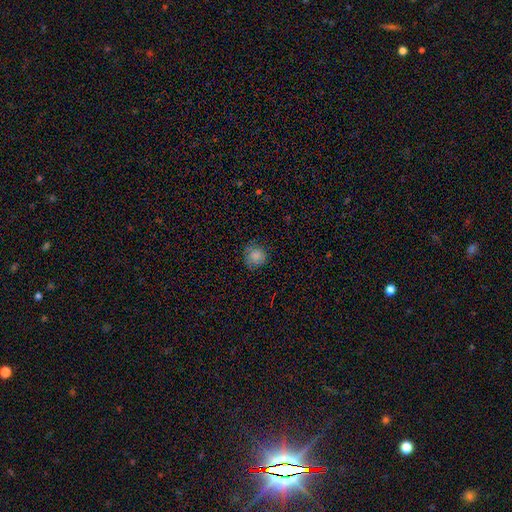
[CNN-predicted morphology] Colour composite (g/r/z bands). It shows a smooth galaxy with no disk features (81%) that is round (89%). Merging: none (77%).